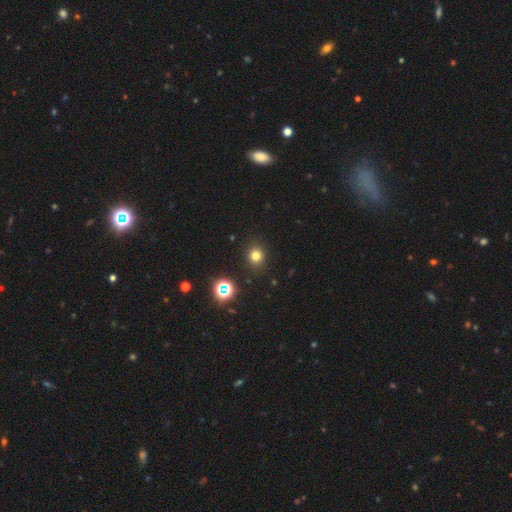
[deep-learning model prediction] smooth_or_featured: smooth (p=0.77) [alt: star or artifact p=0.18]
how_rounded: round (p=0.81) [alt: in between p=0.18]
merging: none (p=0.89) [alt: minor disturbance p=0.07]